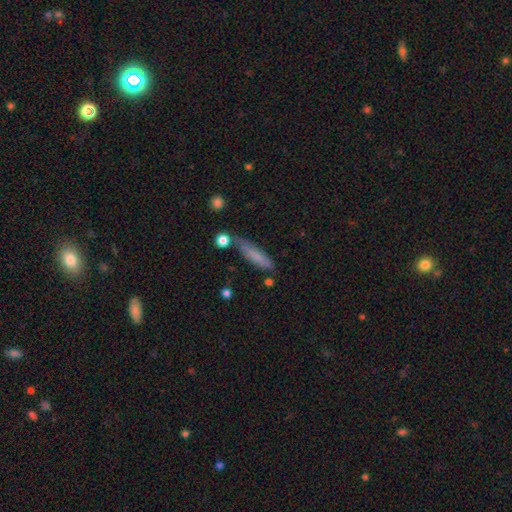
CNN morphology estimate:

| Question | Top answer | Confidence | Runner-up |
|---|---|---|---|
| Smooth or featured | smooth | 70% | featured or disk (21%) |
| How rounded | cigar-shaped | 81% | in between (17%) |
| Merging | none | 64% | minor disturbance (22%) |